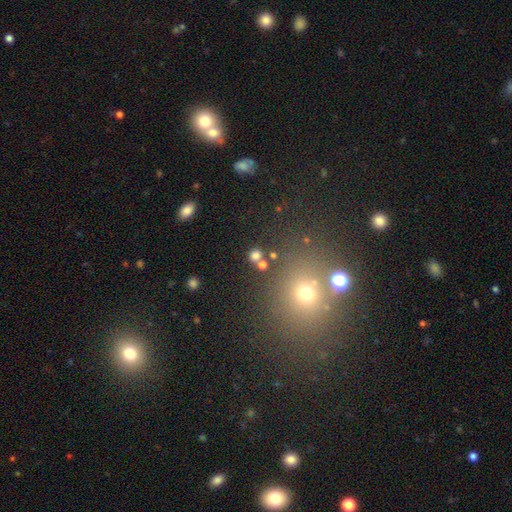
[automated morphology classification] Smooth or featured?
  - smooth: 73% *
  - star or artifact: 19%
  - featured or disk: 7%
How rounded?
  - round: 88% *
  - in between: 11%
  - cigar-shaped: 1%
Merging?
  - none: 75% *
  - merger: 13%
  - minor disturbance: 8%
  - major disturbance: 4%